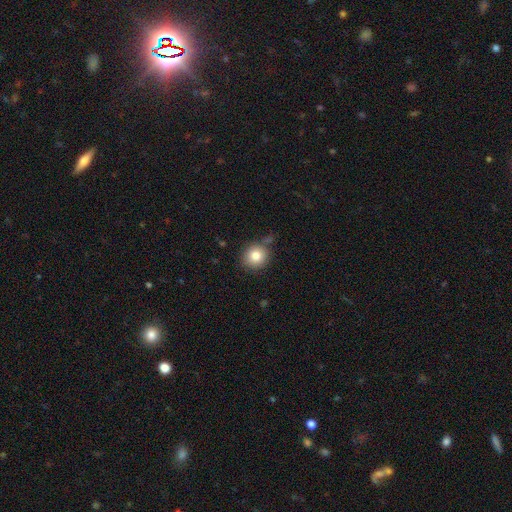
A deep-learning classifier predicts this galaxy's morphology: smooth_or_featured: smooth (p=0.82) [alt: star or artifact p=0.10]
how_rounded: round (p=0.87) [alt: in between p=0.12]
merging: none (p=0.77) [alt: minor disturbance p=0.13]